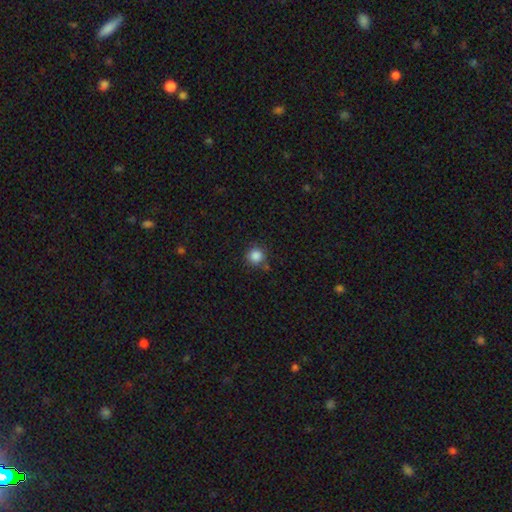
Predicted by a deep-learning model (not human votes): Smooth or featured? smooth (86%)
How rounded? round (94%)
Merging? none (78%)